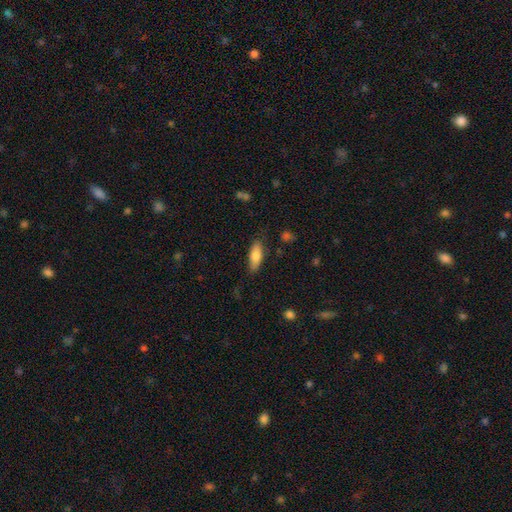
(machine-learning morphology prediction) This appears to be a smooth galaxy with no disk features (78%) that is in between round and cigar-shaped (67%). Merging: none (81%).